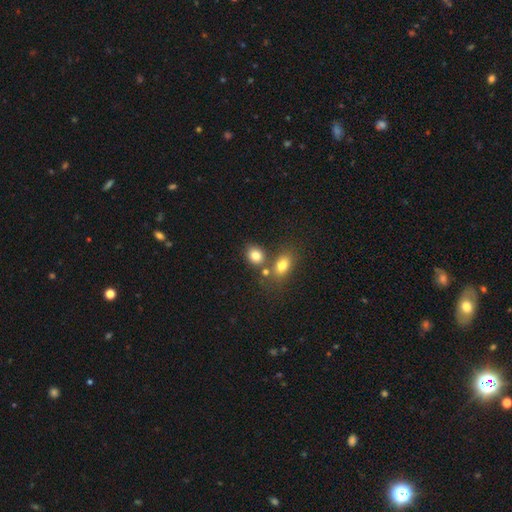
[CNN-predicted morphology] This appears to be a smooth galaxy with no disk features (79%) that is in between round and cigar-shaped (51%). Merging: none (57%).